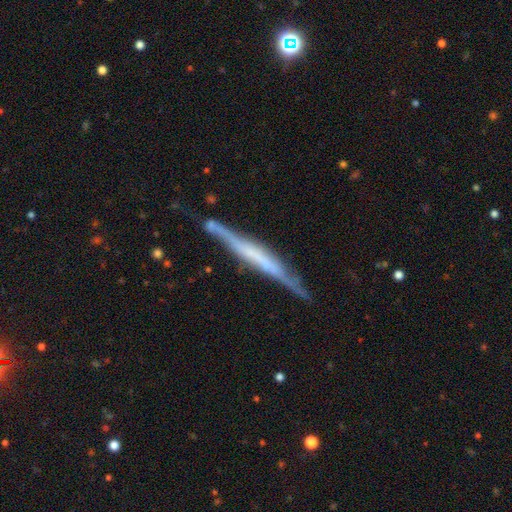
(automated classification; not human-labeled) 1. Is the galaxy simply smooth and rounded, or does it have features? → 70% featured or disk, 24% smooth, 6% star or artifact.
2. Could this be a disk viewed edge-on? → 94% yes, 6% no.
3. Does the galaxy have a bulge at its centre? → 54% none, 30% boxy, 17% rounded.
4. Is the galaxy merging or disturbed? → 75% none, 18% minor disturbance, 4% major disturbance, 3% merger.